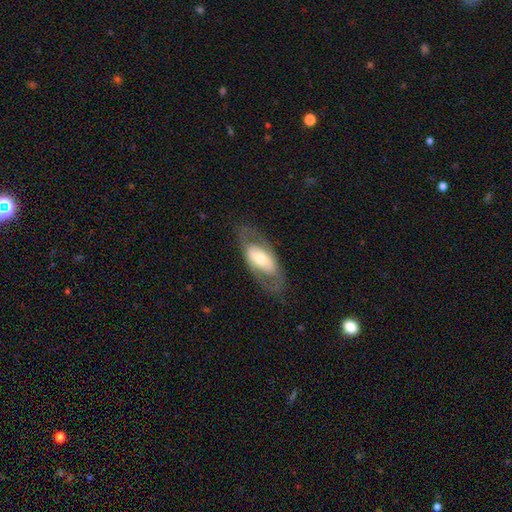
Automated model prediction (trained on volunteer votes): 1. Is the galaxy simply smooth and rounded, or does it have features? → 64% featured or disk, 30% smooth, 5% star or artifact.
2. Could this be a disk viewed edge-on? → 86% no, 14% yes.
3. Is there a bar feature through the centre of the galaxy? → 52% no, 26% weak, 22% strong.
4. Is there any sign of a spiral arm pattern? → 61% no, 39% yes.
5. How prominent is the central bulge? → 59% moderate, 24% small, 14% large, 2% dominant, 1% none.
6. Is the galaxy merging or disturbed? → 75% none, 14% minor disturbance, 10% major disturbance, 1% merger.